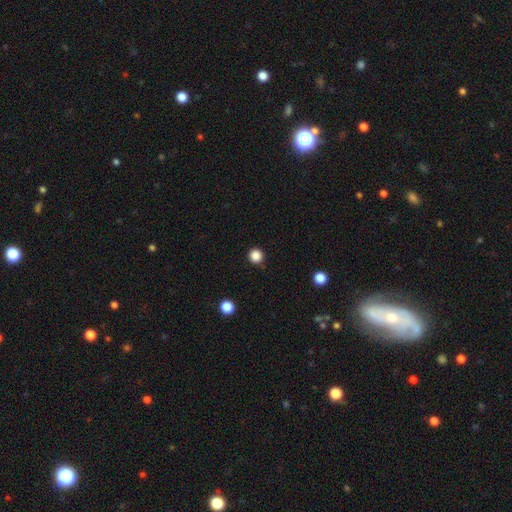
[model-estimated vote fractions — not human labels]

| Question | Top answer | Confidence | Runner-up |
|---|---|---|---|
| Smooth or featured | smooth | 86% | star or artifact (12%) |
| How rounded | round | 96% | in between (3%) |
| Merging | none | 92% | minor disturbance (5%) |